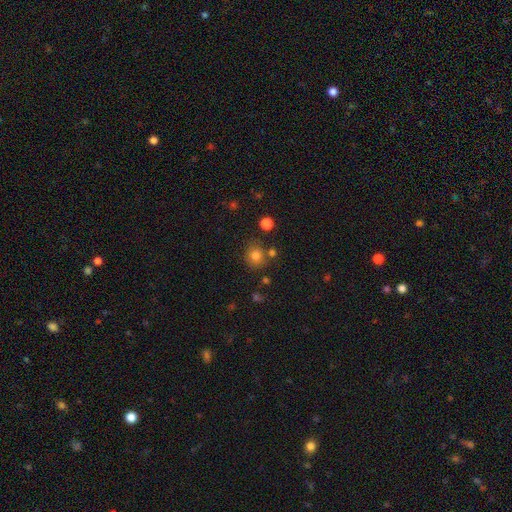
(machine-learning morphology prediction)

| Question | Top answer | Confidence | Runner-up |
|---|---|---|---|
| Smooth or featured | smooth | 79% | star or artifact (14%) |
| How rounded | round | 83% | in between (16%) |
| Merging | none | 75% | minor disturbance (12%) |